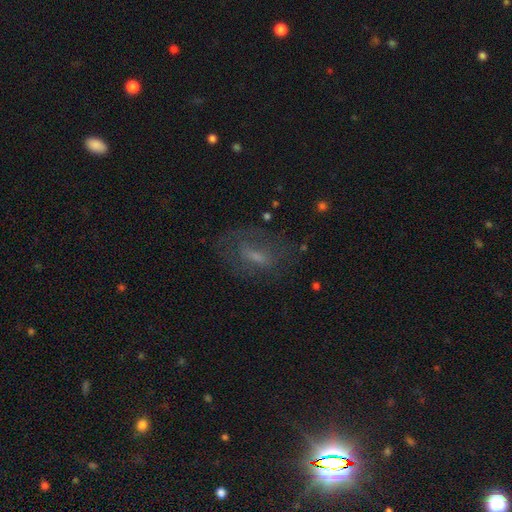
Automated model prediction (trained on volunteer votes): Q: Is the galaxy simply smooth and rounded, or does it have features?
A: featured or disk — 49%.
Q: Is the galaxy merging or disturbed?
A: none — 61%.